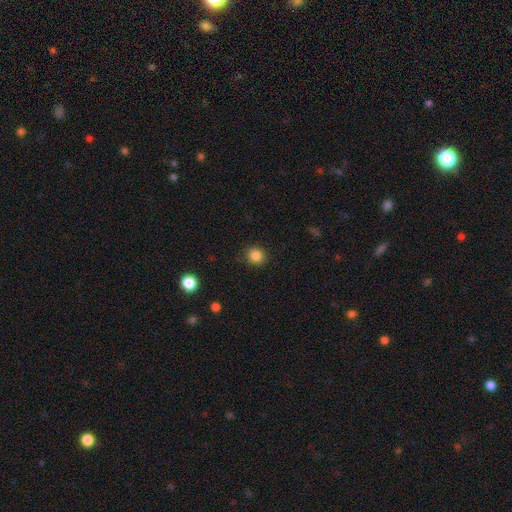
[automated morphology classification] Overall: smooth (85%). How rounded: round (87%). Merging: none (88%).